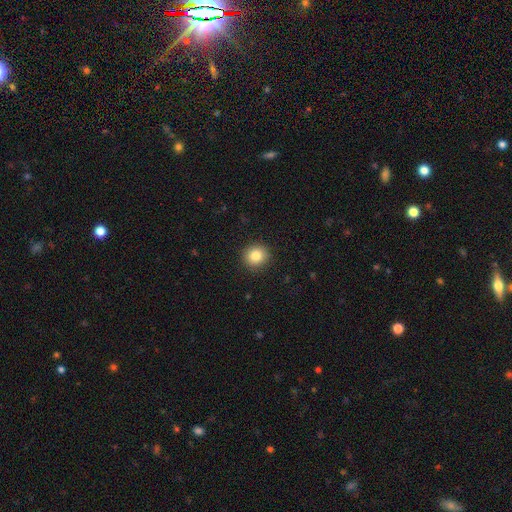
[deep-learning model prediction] smooth-or-featured: smooth: 83% | star or artifact: 10% | featured or disk: 6%
  how-rounded: round: 87% | in between: 12% | cigar-shaped: 1%
  merging: none: 91% | minor disturbance: 6% | major disturbance: 2% | merger: 1%